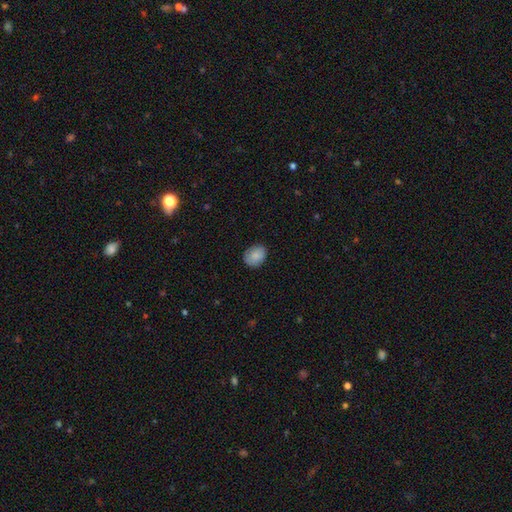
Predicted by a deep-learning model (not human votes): Morphology: type=smooth (87%); roundness=in between (56%); merging=none (84%).